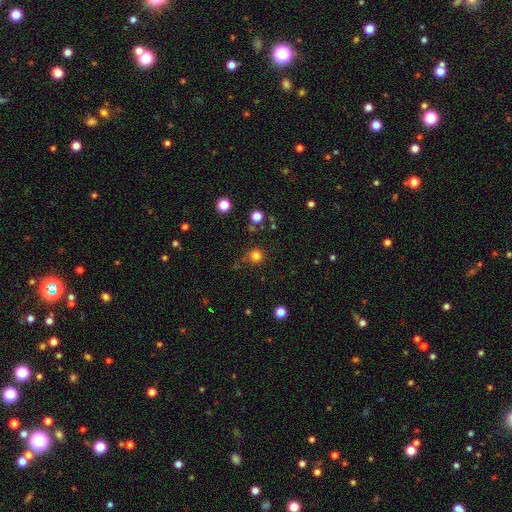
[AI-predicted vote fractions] Smooth or featured? smooth (79%)
How rounded? round (95%)
Merging? none (81%)